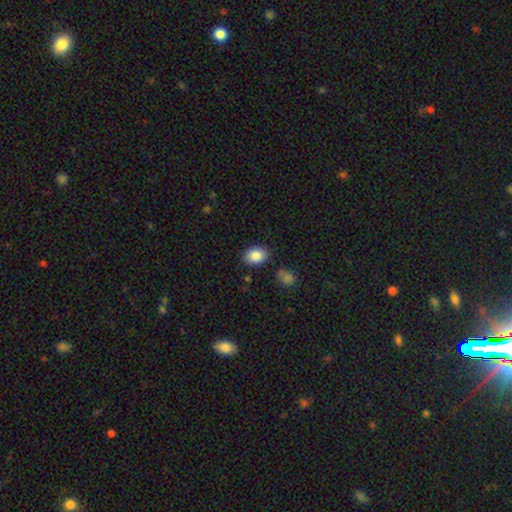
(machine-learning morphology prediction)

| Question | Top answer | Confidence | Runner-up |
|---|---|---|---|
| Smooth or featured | smooth | 87% | star or artifact (8%) |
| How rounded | in between | 74% | round (25%) |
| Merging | none | 83% | minor disturbance (11%) |